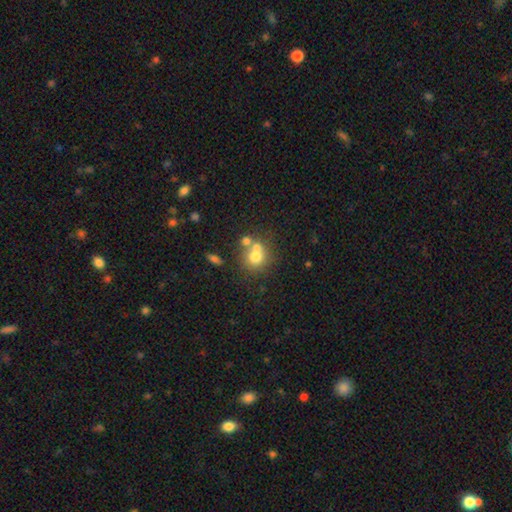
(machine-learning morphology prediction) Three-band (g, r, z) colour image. It shows a smooth galaxy with no disk features (68%) that is round (82%). Merging: none (45%).